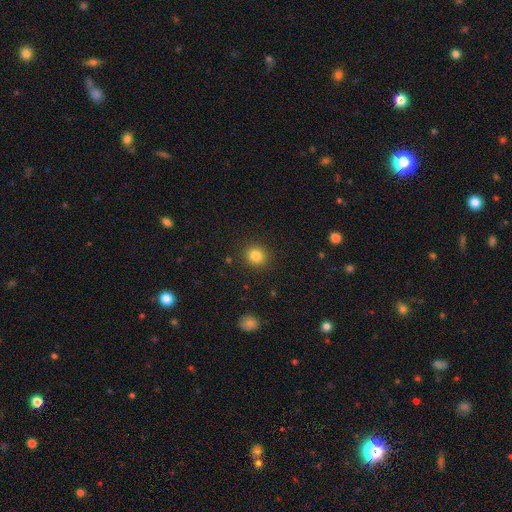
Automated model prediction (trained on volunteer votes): Smooth or featured? smooth (83%)
How rounded? round (88%)
Merging? none (90%)